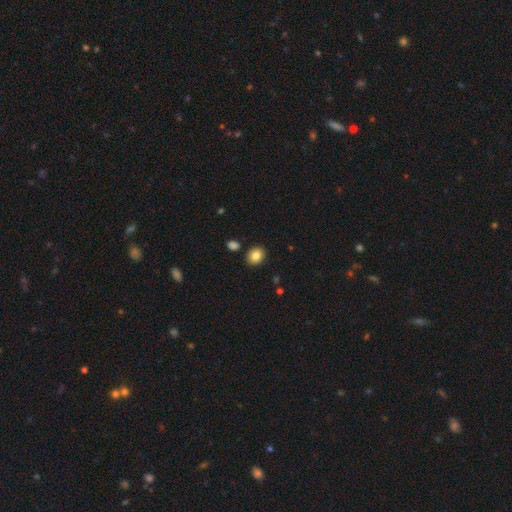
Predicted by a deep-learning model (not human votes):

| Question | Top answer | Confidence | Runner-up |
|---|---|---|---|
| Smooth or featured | smooth | 85% | star or artifact (9%) |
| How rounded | round | 62% | in between (37%) |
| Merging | none | 87% | minor disturbance (7%) |